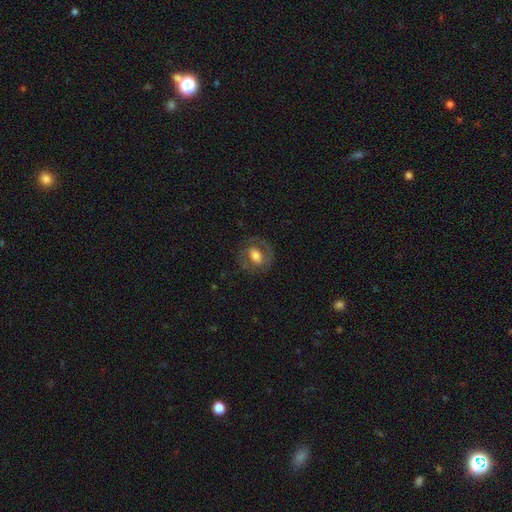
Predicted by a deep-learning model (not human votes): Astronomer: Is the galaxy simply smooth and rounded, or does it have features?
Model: featured or disk — 51% (runner-up: smooth, 41%).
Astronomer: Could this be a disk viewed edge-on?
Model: no — 94%.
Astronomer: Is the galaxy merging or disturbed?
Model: none — 72%.